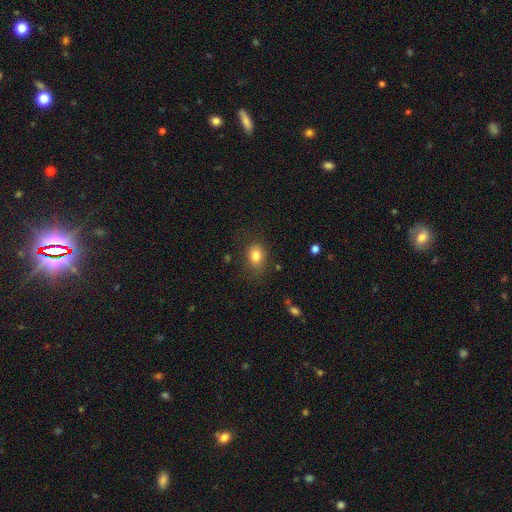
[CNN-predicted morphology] smooth_or_featured: smooth (p=0.81) [alt: star or artifact p=0.11]
how_rounded: in between (p=0.59) [alt: round p=0.40]
merging: none (p=0.76) [alt: minor disturbance p=0.16]